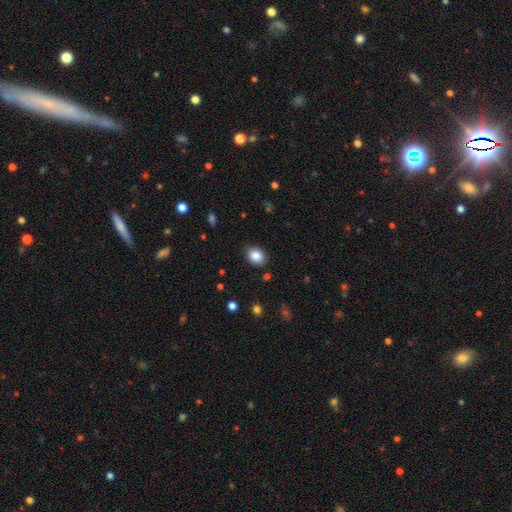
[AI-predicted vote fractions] Smooth or featured?
  - smooth: 87% *
  - star or artifact: 9%
  - featured or disk: 5%
How rounded?
  - in between: 63% *
  - round: 36%
  - cigar-shaped: 1%
Merging?
  - none: 86% *
  - minor disturbance: 10%
  - major disturbance: 2%
  - merger: 1%